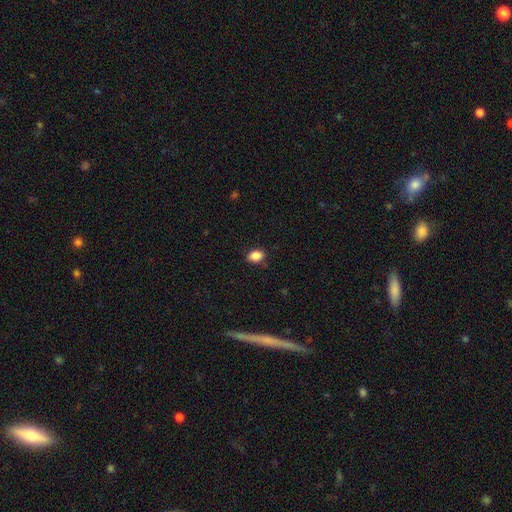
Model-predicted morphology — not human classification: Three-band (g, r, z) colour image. It shows a smooth galaxy with no disk features (87%) that is in between round and cigar-shaped (78%). Merging: none (83%).